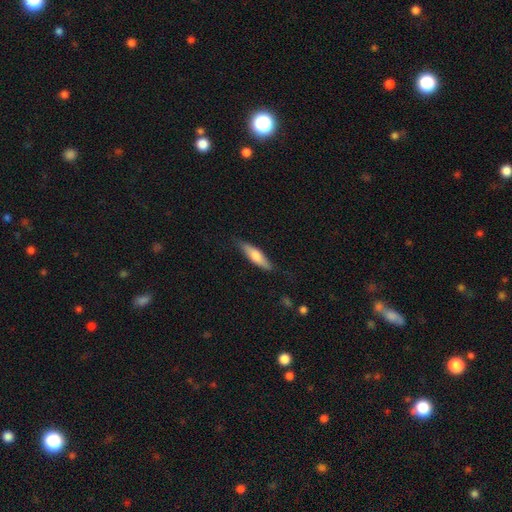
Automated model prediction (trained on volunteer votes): Smooth or featured? smooth (65%)
How rounded? cigar-shaped (68%)
Merging? none (81%)